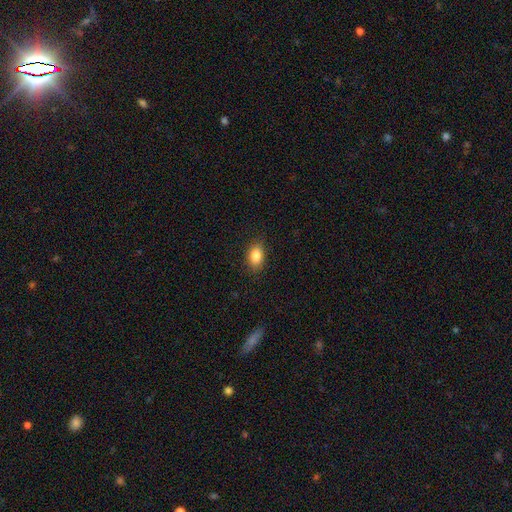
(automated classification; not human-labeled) Overall: smooth (85%). How rounded: in between (82%). Merging: none (87%).